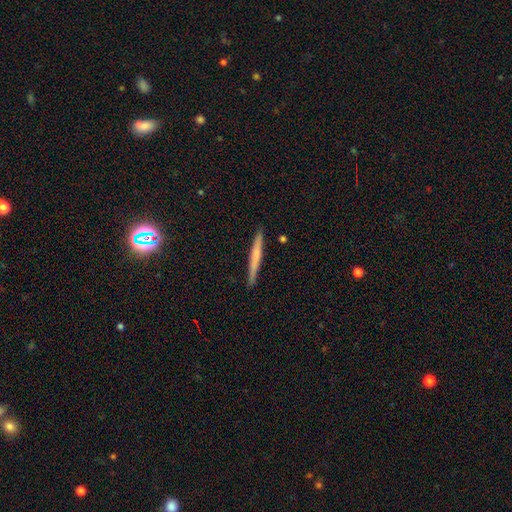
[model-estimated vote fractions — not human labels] Overall: smooth (56%; featured or disk 38%). How rounded: cigar-shaped (97%). Merging: none (91%).